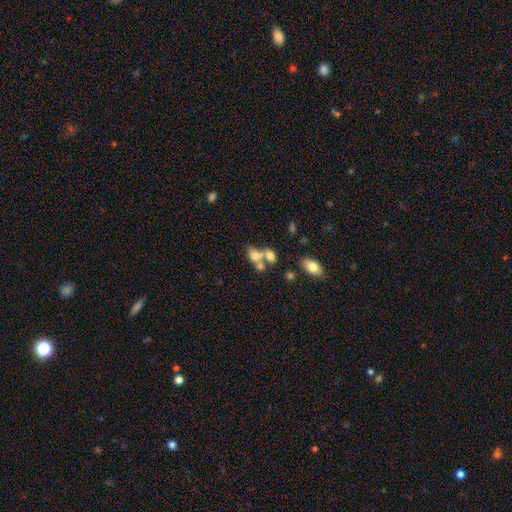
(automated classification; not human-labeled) Overall: smooth (67%). How rounded: in between (64%; round 34%). Merging: merger (59%; none 26%).